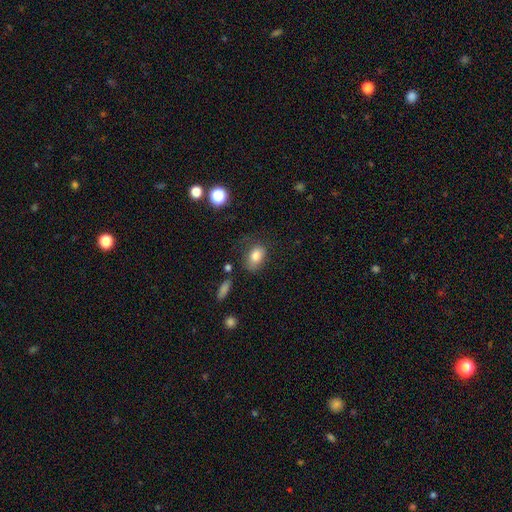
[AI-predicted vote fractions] smooth-or-featured: smooth: 80% | featured or disk: 10% | star or artifact: 10%
  how-rounded: in between: 81% | round: 17% | cigar-shaped: 2%
  merging: none: 65% | minor disturbance: 22% | major disturbance: 9% | merger: 4%